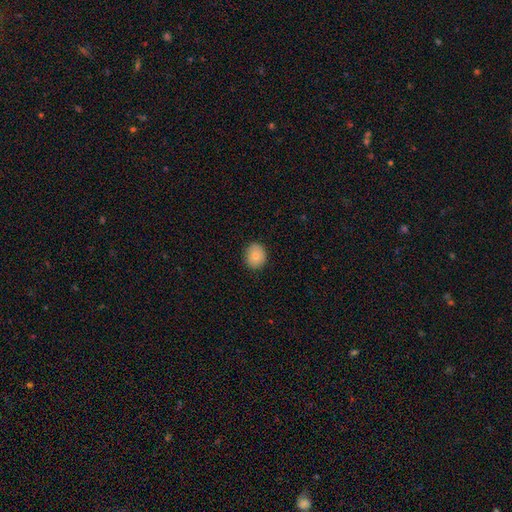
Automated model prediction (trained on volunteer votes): The model was most divided on "how rounded": round: 65%, in between: 34%, cigar-shaped: 1%. More confident: merging — none (87%); smooth or featured — smooth (84%).